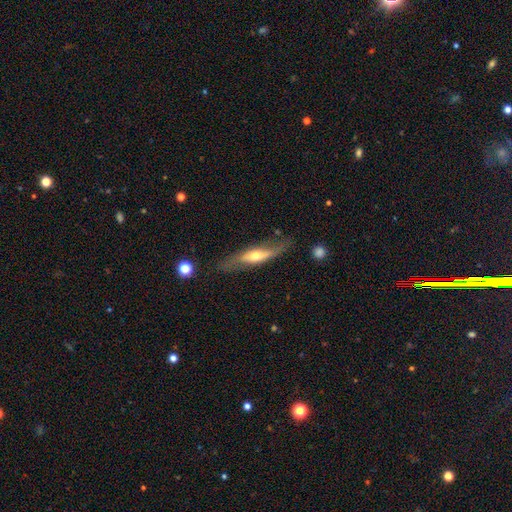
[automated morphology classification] Q: Smooth or featured?
A: featured or disk (60%); runner-up: smooth (34%)
Q: Edge-on disk?
A: yes (63%); runner-up: no (37%)
Q: Merging?
A: none (70%); runner-up: minor disturbance (19%)